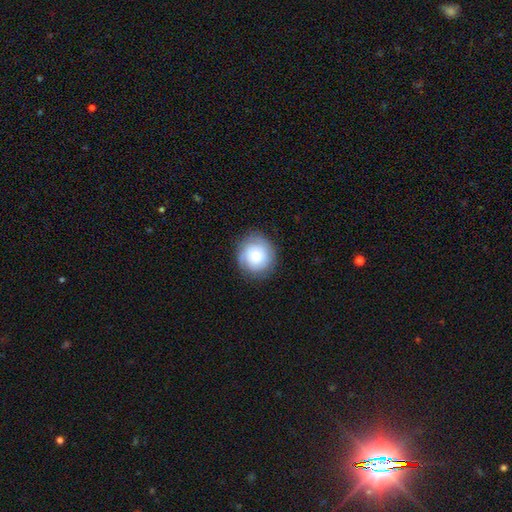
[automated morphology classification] This is likely a smooth galaxy (65%). How rounded: clearly round (88%). Merging: clearly none (81%).